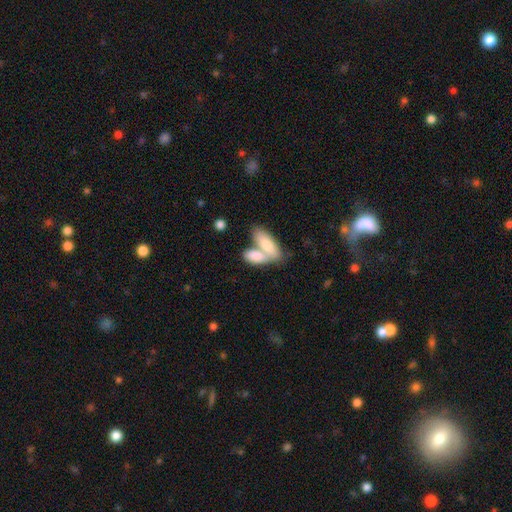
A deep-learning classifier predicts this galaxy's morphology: smooth_or_featured: smooth (p=0.79) [alt: featured or disk p=0.16]
how_rounded: in between (p=0.83) [alt: cigar-shaped p=0.14]
merging: merger (p=0.65) [alt: none p=0.24]